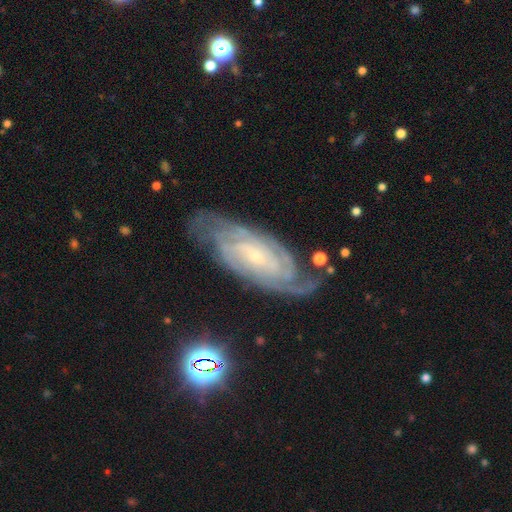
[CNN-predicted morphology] A featured or disk galaxy (86%) with no bar (61%), tight (74%) spiral arms (97%) and a small central bulge (77%).

Vote fractions:
- Smooth or featured? featured or disk: 86% / smooth: 7% / star or artifact: 7%
- Edge-on disk? no: 93% / yes: 7%
- Bar? no: 61% / weak: 30% / strong: 9%
- Spiral arms? yes: 97% / no: 3%
- Spiral winding? tight: 74% / medium: 23% / loose: 4%
- Spiral arm count? can't tell: 32% / 2: 20% / 3: 18% / 4: 17% / more than 4: 7% / 1: 5%
- Bulge size? small: 77% / moderate: 16% / none: 4% / large: 1% / dominant: 1%
- Merging? none: 71% / minor disturbance: 19% / major disturbance: 7% / merger: 2%